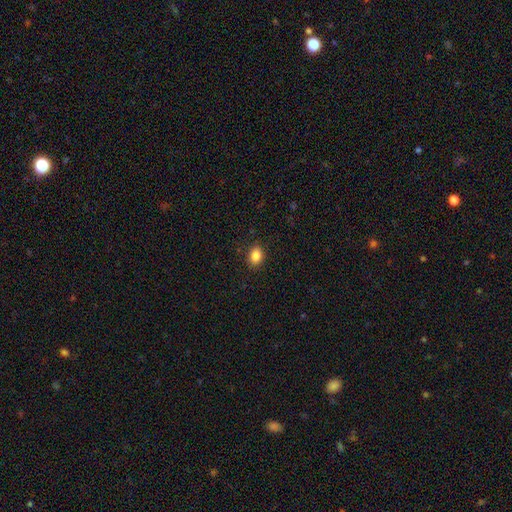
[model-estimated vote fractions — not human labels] Overall: smooth (86%). How rounded: in between (71%). Merging: none (88%).